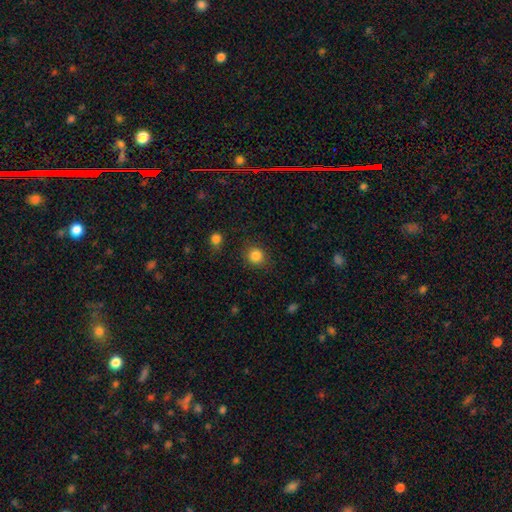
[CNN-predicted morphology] Smooth or featured? Predicted: smooth (p=0.84). How rounded? Predicted: round (p=0.87). Merging? Predicted: none (p=0.85).